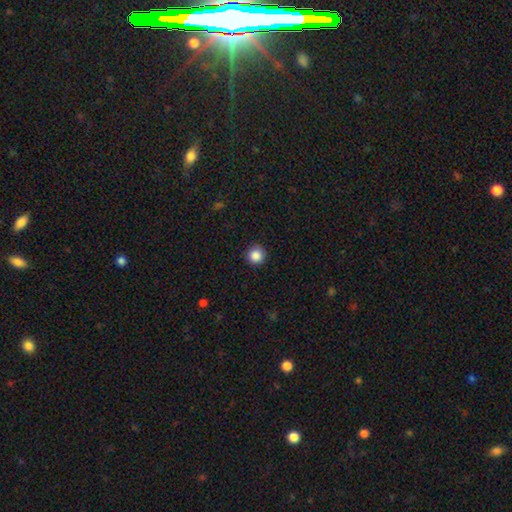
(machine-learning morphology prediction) Smooth or featured? Predicted: smooth (p=0.87). How rounded? Predicted: round (p=0.95). Merging? Predicted: none (p=0.91).